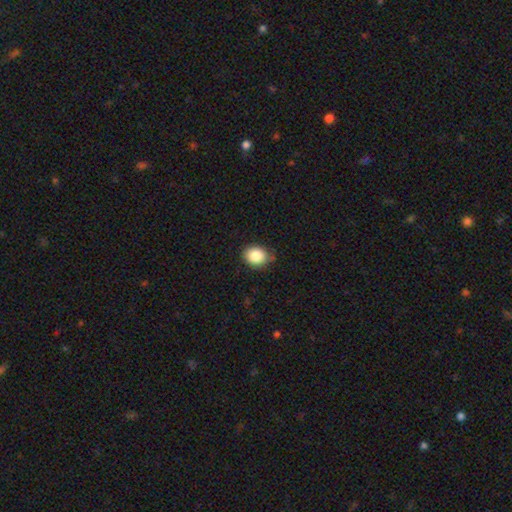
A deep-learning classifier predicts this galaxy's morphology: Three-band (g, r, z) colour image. It shows a smooth galaxy with no disk features (86%) that is round (53%). Merging: none (75%).